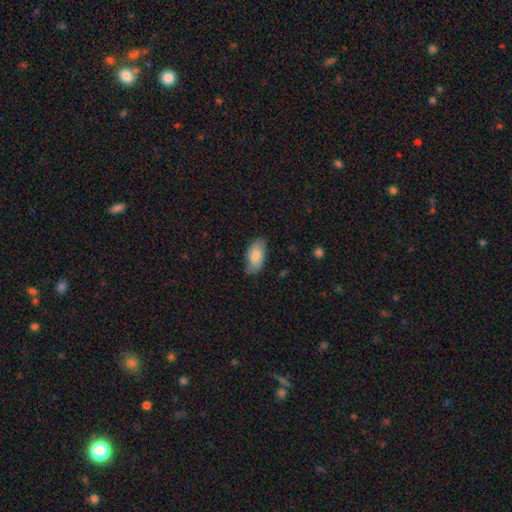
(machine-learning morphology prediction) This is likely a smooth galaxy (80%). How rounded: clearly in between (93%). Merging: likely none (73%).